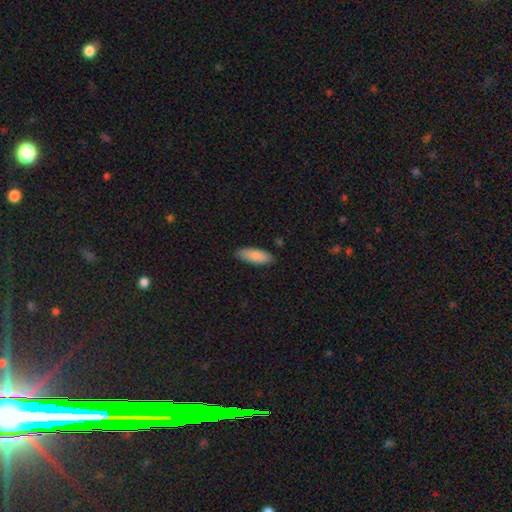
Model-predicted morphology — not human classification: Q: Smooth or featured?
A: smooth (87%); runner-up: featured or disk (7%)
Q: How rounded?
A: in between (71%); runner-up: cigar-shaped (27%)
Q: Merging?
A: none (84%); runner-up: minor disturbance (13%)